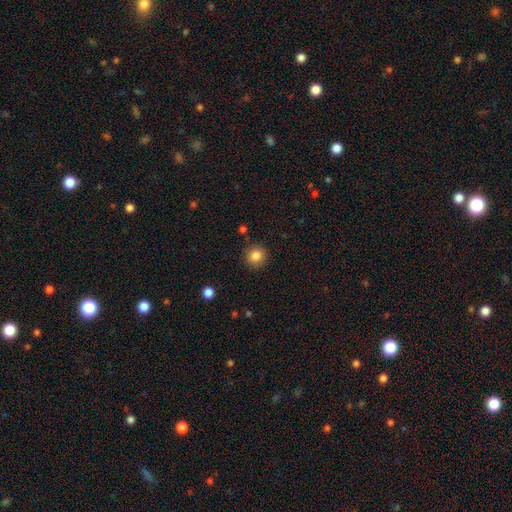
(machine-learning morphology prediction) smooth 85%, star or artifact 10%, featured or disk 5%. Down the decision tree: how rounded — round (90%); merging — none (88%).